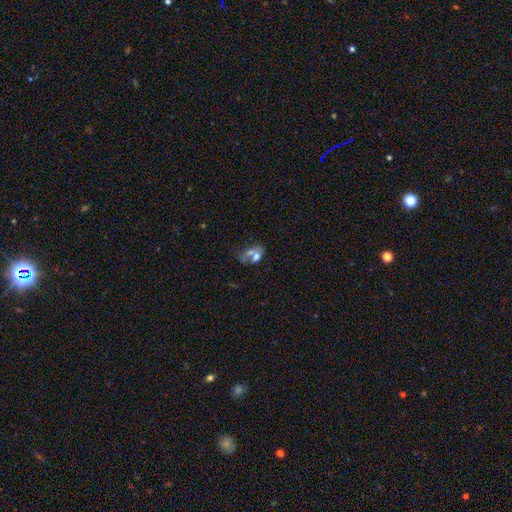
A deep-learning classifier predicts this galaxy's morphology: This appears to be a smooth galaxy with no disk features (56%) that is in between round and cigar-shaped (74%). Merging: merger (56%).